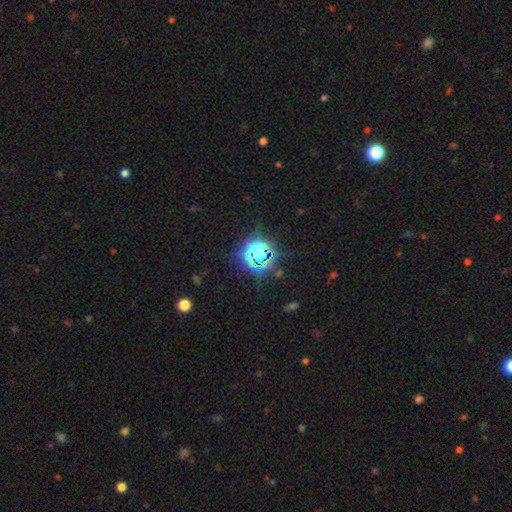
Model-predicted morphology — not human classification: Overall: star or artifact (74%).